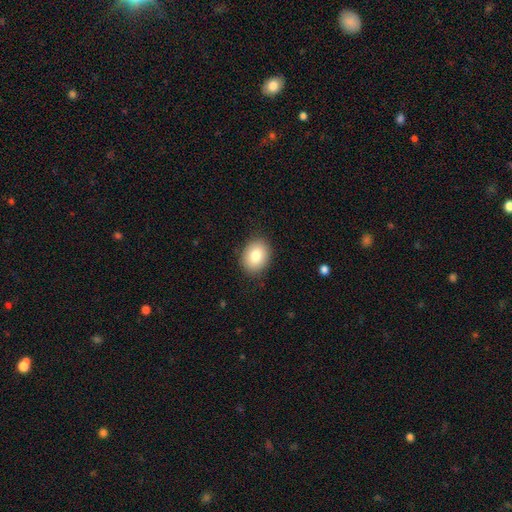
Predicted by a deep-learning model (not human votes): This is clearly a smooth galaxy (82%). How rounded: possibly in between (58%). Merging: clearly none (87%).